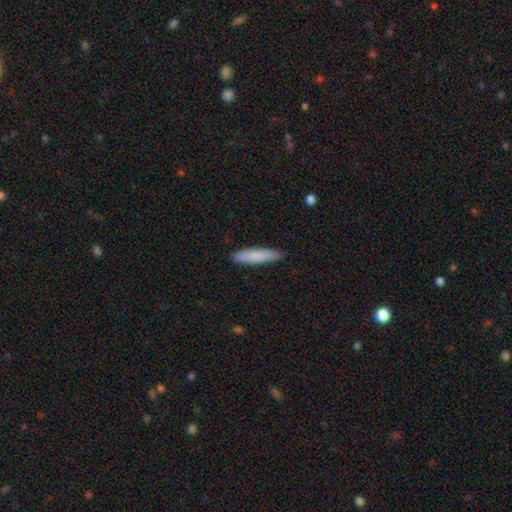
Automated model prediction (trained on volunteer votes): smooth 84%, featured or disk 10%, star or artifact 6%. Down the decision tree: how rounded — cigar-shaped (83%); merging — none (87%).